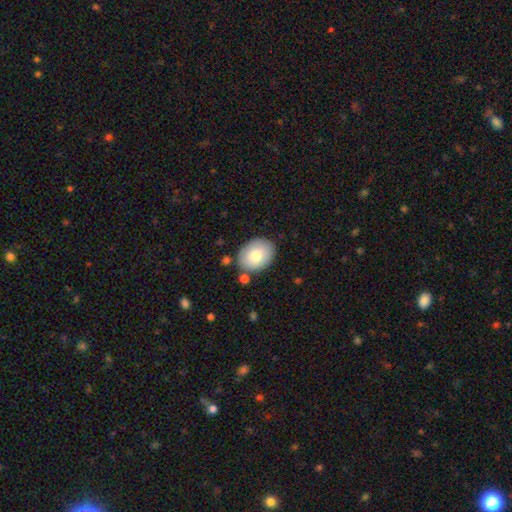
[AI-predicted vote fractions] smooth-or-featured: smooth: 77% | featured or disk: 16% | star or artifact: 7%
  how-rounded: in between: 68% | round: 31% | cigar-shaped: 1%
  merging: none: 80% | minor disturbance: 13% | merger: 5% | major disturbance: 3%